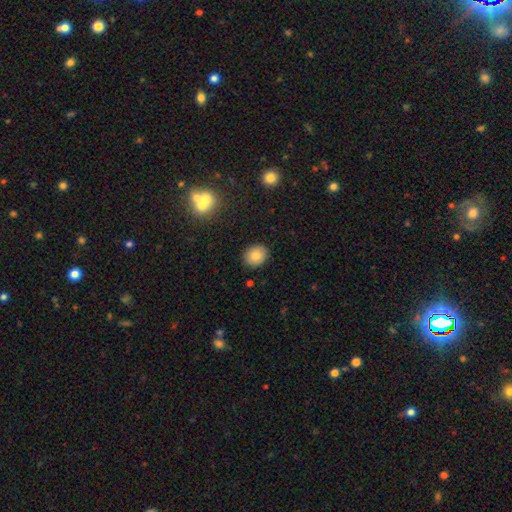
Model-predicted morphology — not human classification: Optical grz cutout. It shows a smooth galaxy with no disk features (82%) that is round (56%). Merging: none (89%).